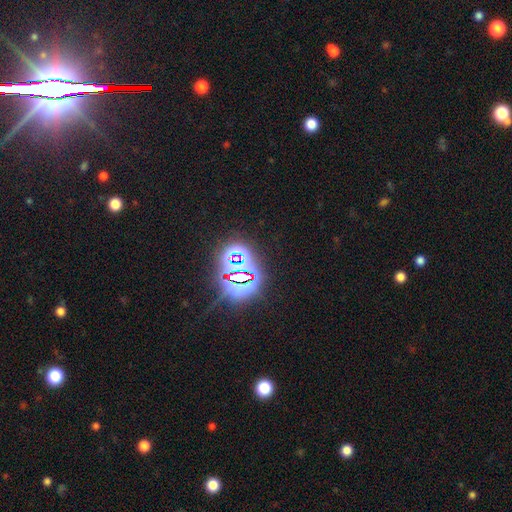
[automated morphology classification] star or artifact 81%, smooth 12%, featured or disk 8%.